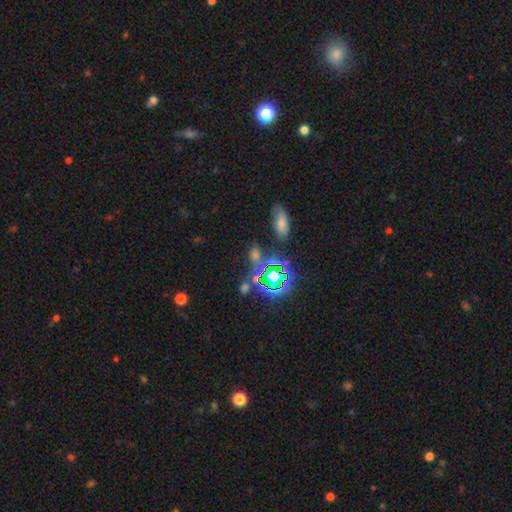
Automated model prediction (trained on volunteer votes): Smooth or featured? star or artifact (60%)